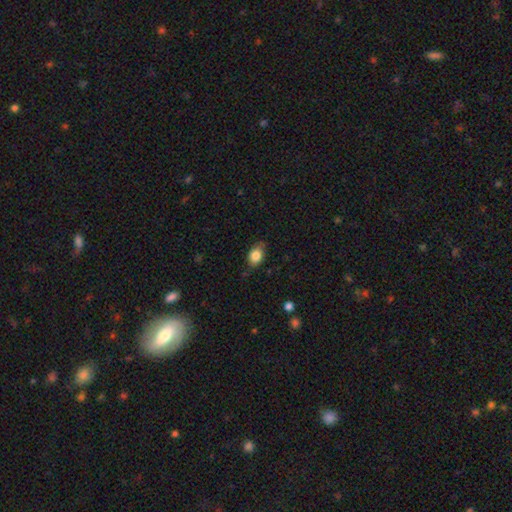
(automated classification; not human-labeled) The model was most divided on "merging": none: 75%, minor disturbance: 20%, major disturbance: 4%, merger: 1%. More confident: smooth or featured — smooth (83%); how rounded — in between (79%).